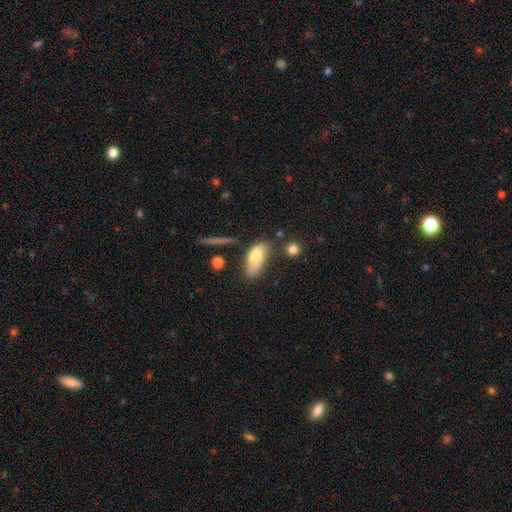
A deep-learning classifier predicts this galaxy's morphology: The model was most divided on "merging": none: 39%, minor disturbance: 32%, major disturbance: 19%, merger: 10%. More confident: how rounded — in between (87%); smooth or featured — smooth (75%).